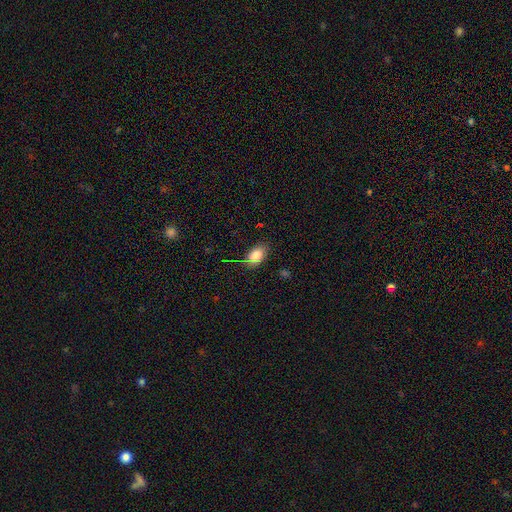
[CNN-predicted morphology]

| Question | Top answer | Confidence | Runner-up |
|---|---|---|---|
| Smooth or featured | smooth | 79% | star or artifact (11%) |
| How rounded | in between | 87% | round (11%) |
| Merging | none | 69% | minor disturbance (21%) |